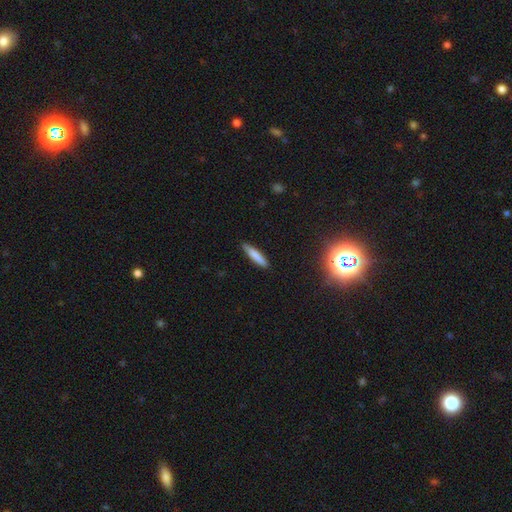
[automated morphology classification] Q: Smooth or featured?
A: smooth (81%); runner-up: featured or disk (13%)
Q: How rounded?
A: cigar-shaped (86%); runner-up: in between (12%)
Q: Merging?
A: none (87%); runner-up: minor disturbance (10%)